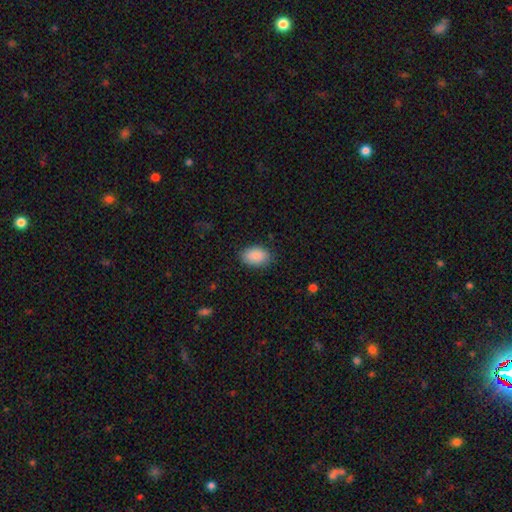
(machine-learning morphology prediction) smooth 89%, star or artifact 7%, featured or disk 4%. Down the decision tree: how rounded — in between (89%); merging — none (85%).